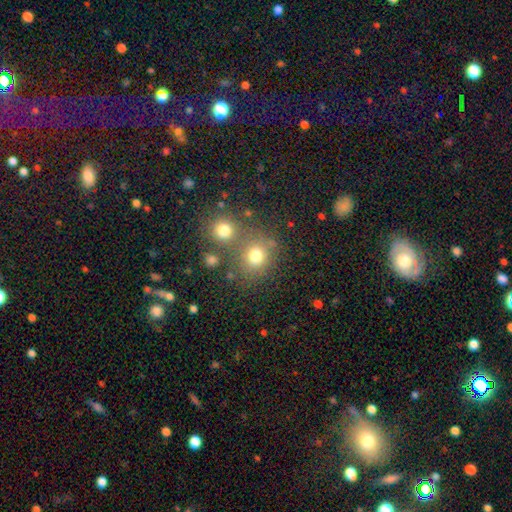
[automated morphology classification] smooth-or-featured: smooth: 75% | star or artifact: 17% | featured or disk: 9%
  how-rounded: round: 85% | in between: 14% | cigar-shaped: 1%
  merging: none: 60% | merger: 27% | minor disturbance: 9% | major disturbance: 4%